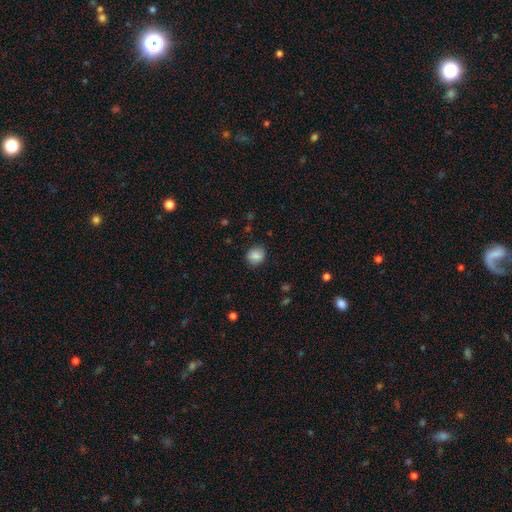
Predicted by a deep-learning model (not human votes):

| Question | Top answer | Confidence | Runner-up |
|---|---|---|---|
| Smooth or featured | smooth | 86% | star or artifact (9%) |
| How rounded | round | 78% | in between (21%) |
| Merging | none | 86% | minor disturbance (10%) |